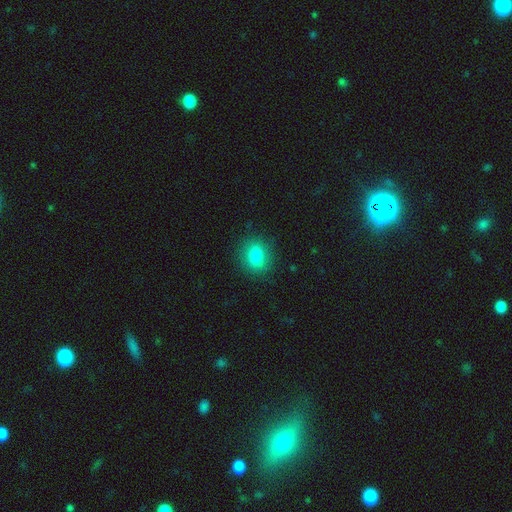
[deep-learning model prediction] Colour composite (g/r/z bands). It shows a smooth galaxy with no disk features (80%) that is round (60%). Merging: none (85%).